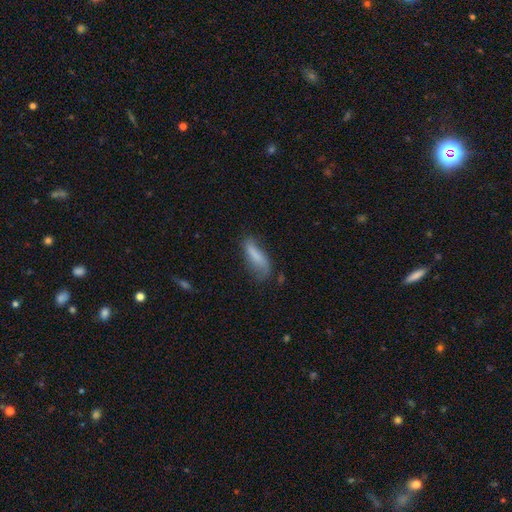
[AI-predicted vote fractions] Smooth or featured: smooth — 69% (featured or disk — 23%)
How rounded: in between — 56% (cigar-shaped — 41%)
Merging: none — 48% (minor disturbance — 33%)